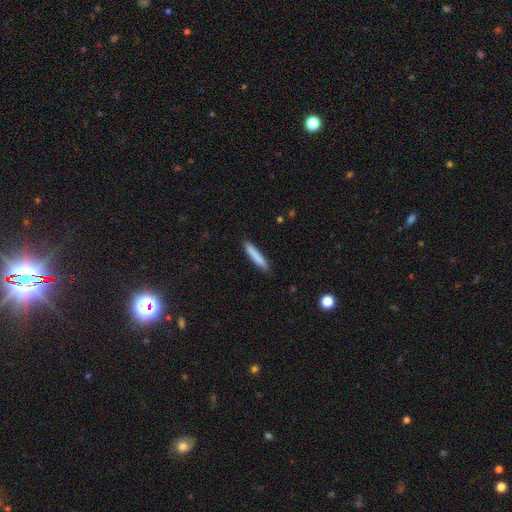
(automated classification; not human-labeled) A smooth galaxy with no disk features (84%) that is cigar-shaped (92%). Merging: none (89%).